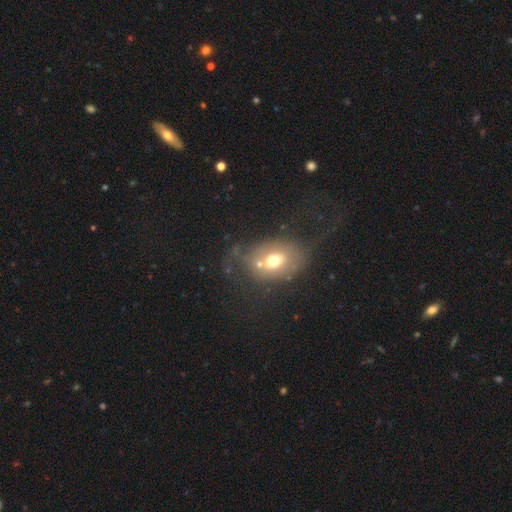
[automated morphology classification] Smooth or featured? smooth (44%)
Merging? none (50%)